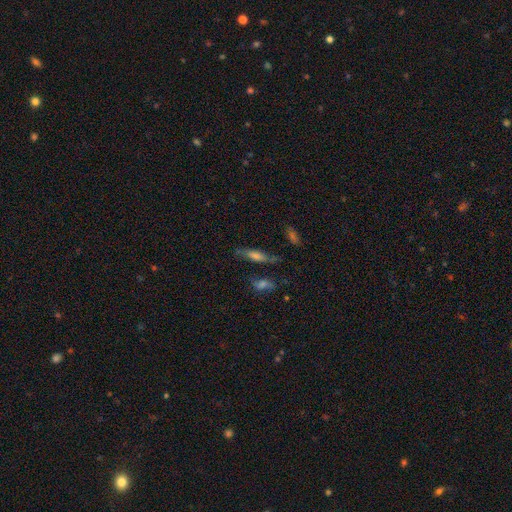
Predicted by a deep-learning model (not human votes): This is marginally a featured or disk galaxy (43%). Merging: likely none (66%).